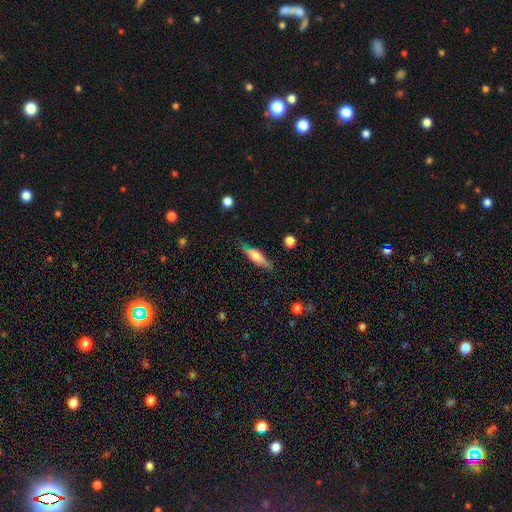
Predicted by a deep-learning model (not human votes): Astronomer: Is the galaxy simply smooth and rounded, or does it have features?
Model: featured or disk — 47% (runner-up: smooth, 46%).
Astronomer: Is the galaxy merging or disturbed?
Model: none — 80%.